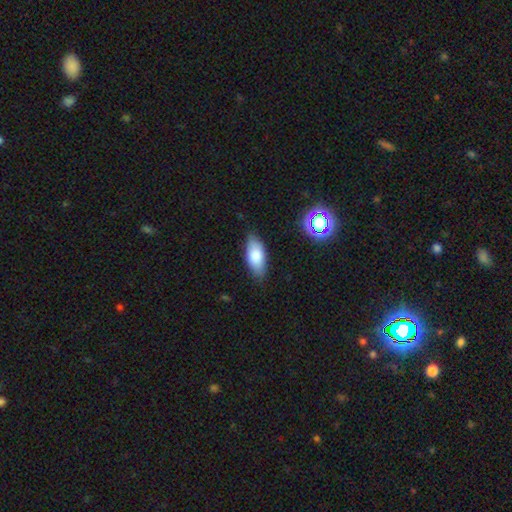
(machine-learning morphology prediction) type=smooth (80%); roundness=in between (86%); merging=none (82%).